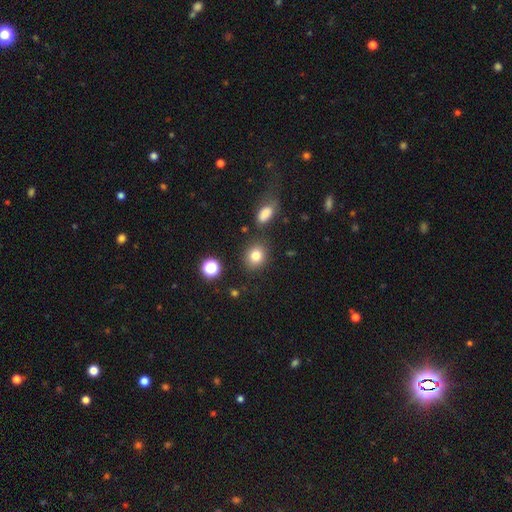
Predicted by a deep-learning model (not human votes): Morphology: type=smooth (81%); roundness=round (66%); merging=none (81%).